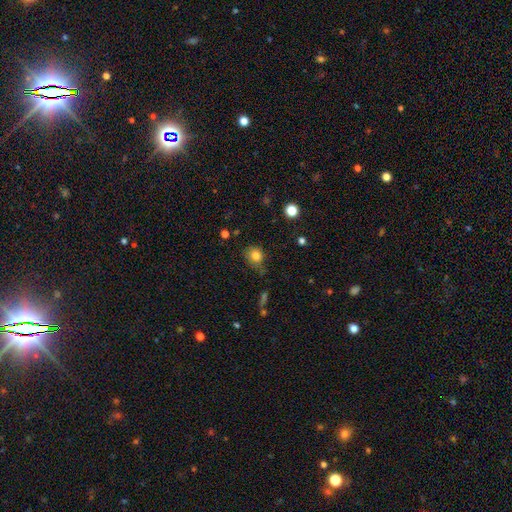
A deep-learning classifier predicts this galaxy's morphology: Smooth or featured? Predicted: smooth (p=0.81). How rounded? Predicted: round (p=0.71). Merging? Predicted: none (p=0.62).